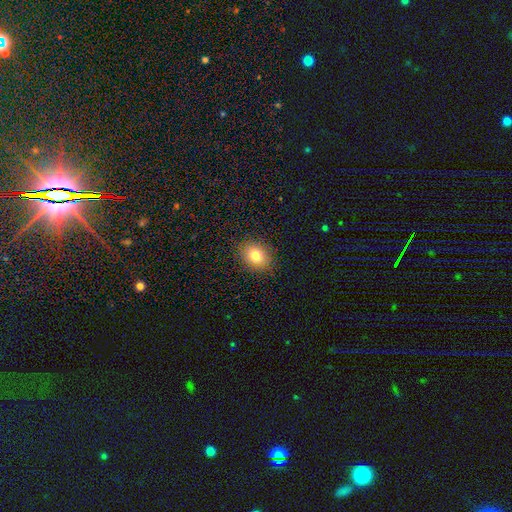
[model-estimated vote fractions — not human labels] Smooth or featured?
  - smooth: 80% *
  - star or artifact: 11%
  - featured or disk: 9%
How rounded?
  - in between: 51% *
  - round: 48%
  - cigar-shaped: 1%
Merging?
  - none: 88% *
  - minor disturbance: 8%
  - major disturbance: 2%
  - merger: 1%